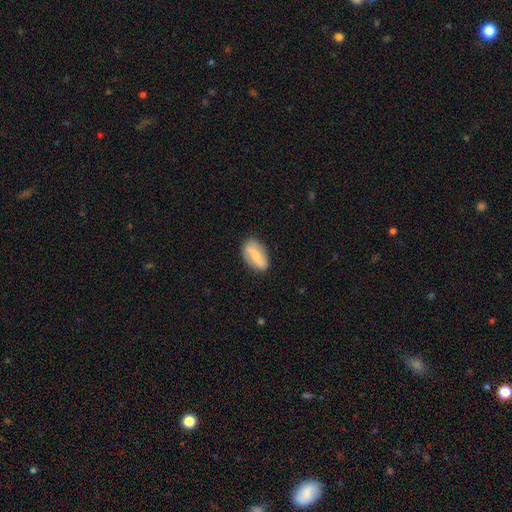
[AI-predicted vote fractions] Smooth or featured: smooth — 52% (featured or disk — 41%)
How rounded: in between — 86% (cigar-shaped — 8%)
Merging: none — 84% (minor disturbance — 12%)